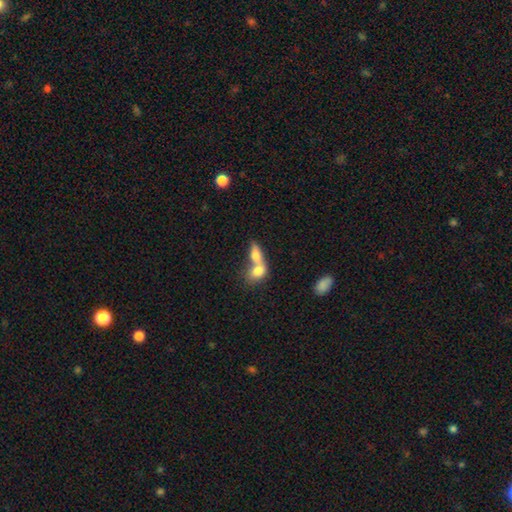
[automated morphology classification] Smooth or featured?
  - smooth: 75% *
  - featured or disk: 18%
  - star or artifact: 8%
How rounded?
  - in between: 73% *
  - round: 16%
  - cigar-shaped: 11%
Merging?
  - merger: 74% *
  - none: 17%
  - minor disturbance: 5%
  - major disturbance: 4%